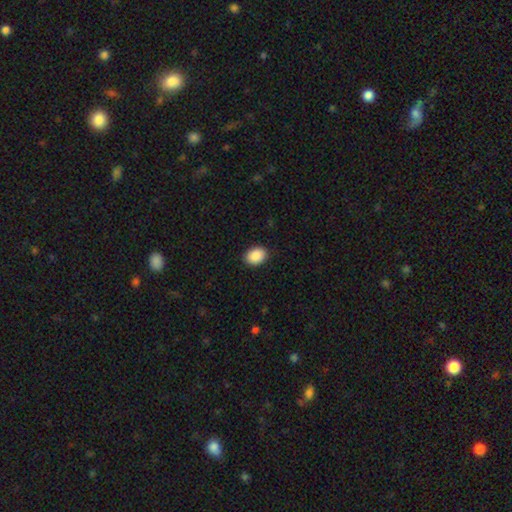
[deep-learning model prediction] Q: Smooth or featured?
A: smooth (90%); runner-up: star or artifact (7%)
Q: How rounded?
A: in between (73%); runner-up: round (26%)
Q: Merging?
A: none (89%); runner-up: minor disturbance (8%)